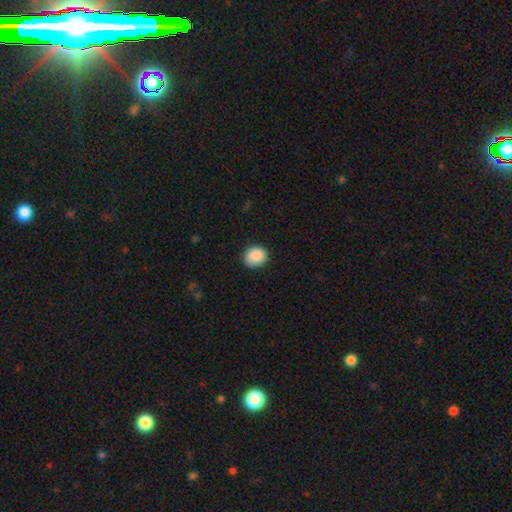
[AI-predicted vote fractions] A smooth galaxy with no disk features (88%) that is round (76%). Merging: none (86%).